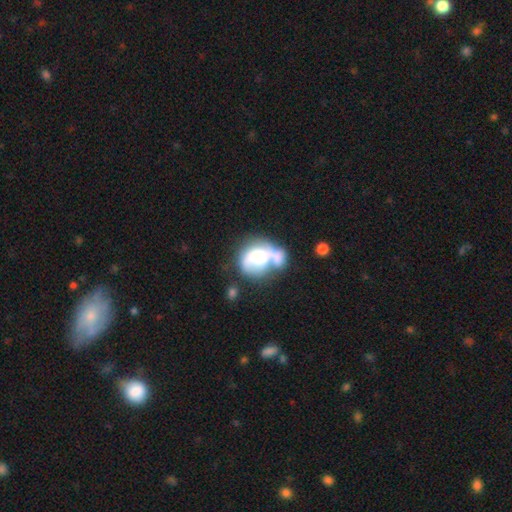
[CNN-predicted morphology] The model was most divided on "smooth or featured": smooth: 50%, featured or disk: 42%, star or artifact: 9%. Remaining: merging — merger (47%).